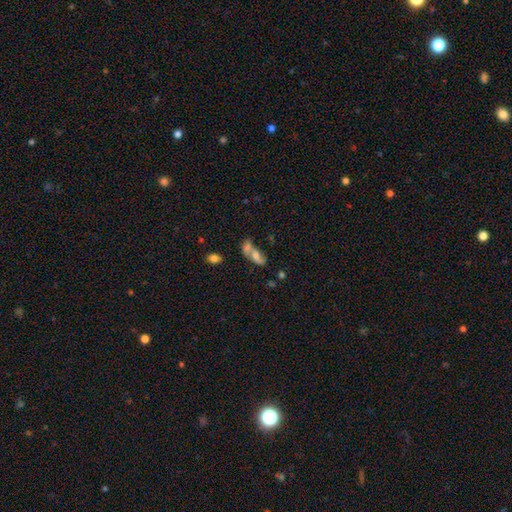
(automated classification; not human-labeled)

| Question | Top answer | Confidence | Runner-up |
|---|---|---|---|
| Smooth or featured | smooth | 46% | featured or disk (42%) |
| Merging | merger | 54% | none (23%) |